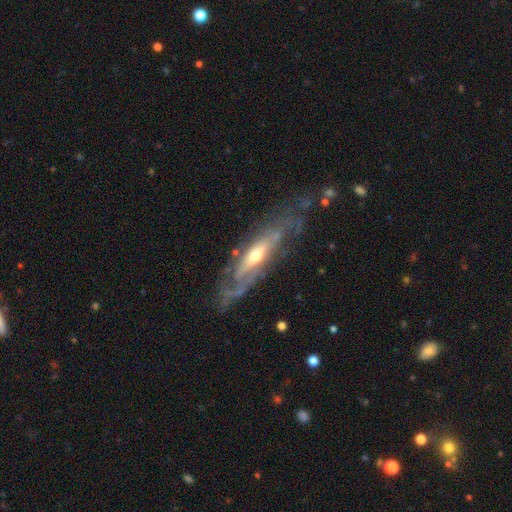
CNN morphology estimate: Smooth or featured? Predicted: featured or disk (p=0.80). Edge-on disk? Predicted: no (p=0.64). Bar? Predicted: no (p=0.60). Spiral arms? Predicted: yes (p=0.77). Bulge size? Predicted: moderate (p=0.58). Merging? Predicted: none (p=0.62).